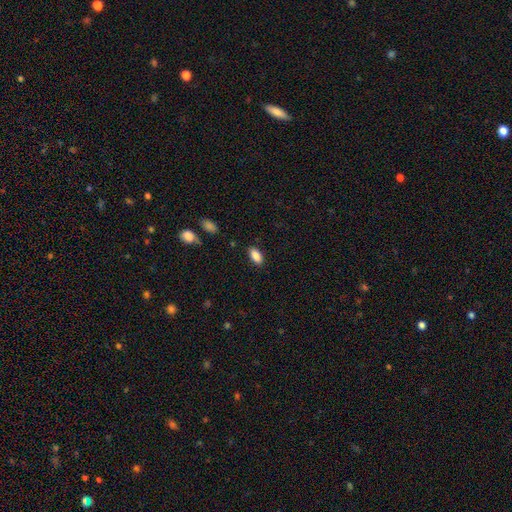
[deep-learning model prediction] Smooth or featured?
  - smooth: 87% *
  - star or artifact: 8%
  - featured or disk: 6%
How rounded?
  - in between: 90% *
  - cigar-shaped: 7%
  - round: 3%
Merging?
  - none: 87% *
  - minor disturbance: 9%
  - major disturbance: 2%
  - merger: 1%